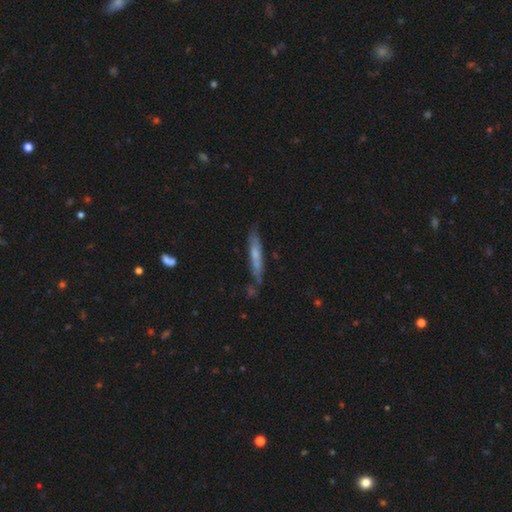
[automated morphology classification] Smooth or featured: smooth — 48% (featured or disk — 45%)
Merging: none — 71% (minor disturbance — 20%)